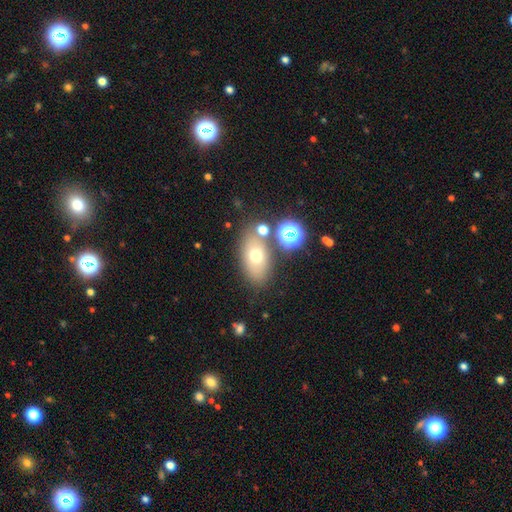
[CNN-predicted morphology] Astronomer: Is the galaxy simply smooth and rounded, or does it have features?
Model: smooth — 64%.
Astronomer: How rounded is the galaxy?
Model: in between — 83%.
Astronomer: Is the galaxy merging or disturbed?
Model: none — 72%.